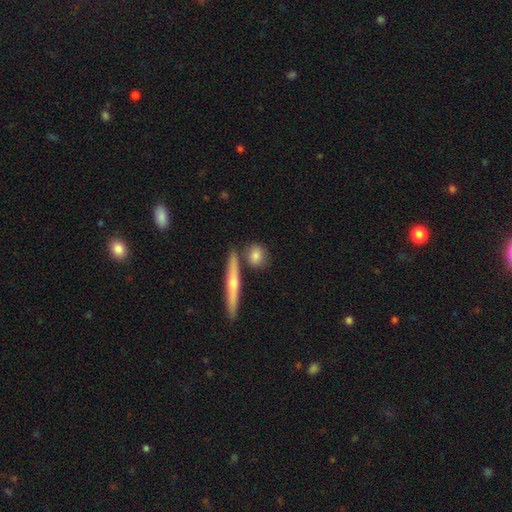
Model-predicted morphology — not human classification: This appears to be a smooth galaxy with no disk features (75%) that is round (62%). Merging: none (72%).